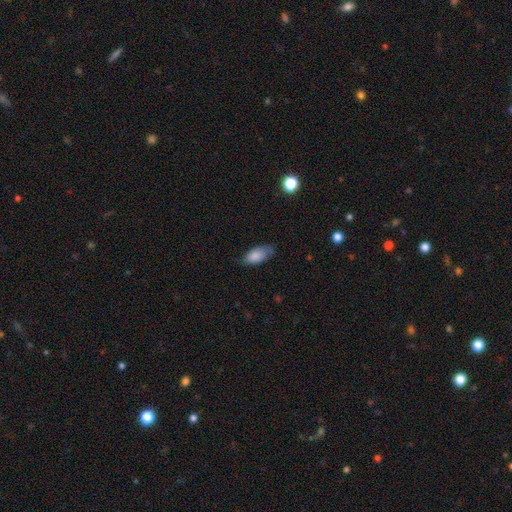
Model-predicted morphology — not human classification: Q: Smooth or featured?
A: smooth (82%); runner-up: featured or disk (11%)
Q: How rounded?
A: in between (89%); runner-up: cigar-shaped (8%)
Q: Merging?
A: none (67%); runner-up: minor disturbance (27%)